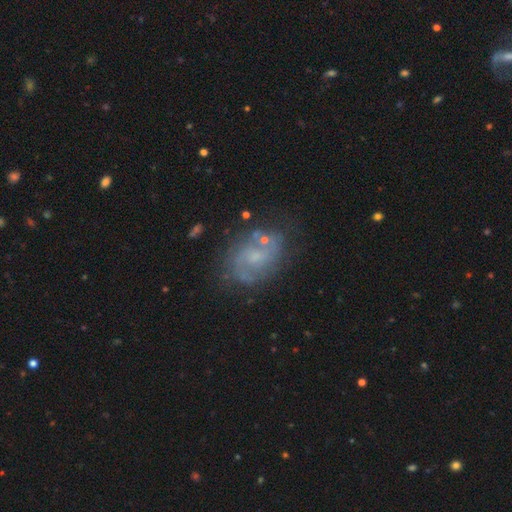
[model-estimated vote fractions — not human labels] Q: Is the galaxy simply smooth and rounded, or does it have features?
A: featured or disk — 68%.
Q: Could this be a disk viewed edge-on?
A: no — 97%.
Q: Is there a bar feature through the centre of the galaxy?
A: no — 56%.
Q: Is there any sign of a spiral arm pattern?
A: yes — 82%.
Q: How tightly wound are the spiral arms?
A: medium — 46%.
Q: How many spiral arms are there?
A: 2 — 65%.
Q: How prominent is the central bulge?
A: small — 54%.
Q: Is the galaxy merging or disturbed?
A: none — 66%.